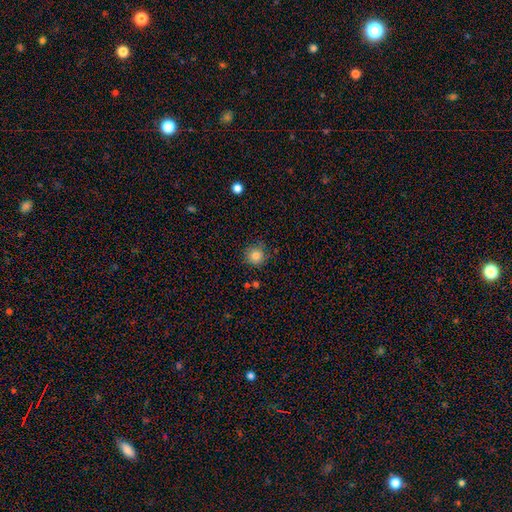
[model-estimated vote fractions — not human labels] Smooth or featured: smooth — 83% (star or artifact — 11%)
How rounded: round — 93% (in between — 6%)
Merging: none — 83% (minor disturbance — 12%)